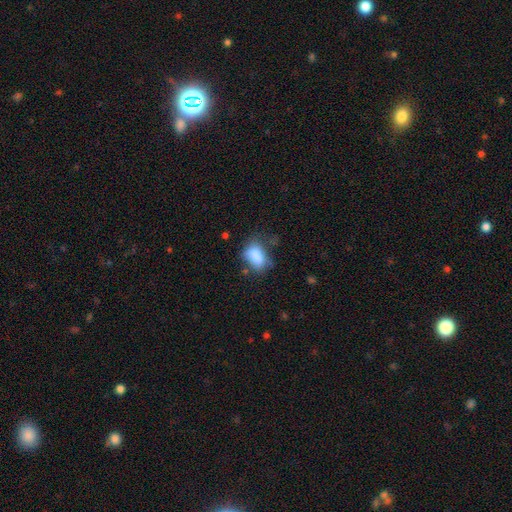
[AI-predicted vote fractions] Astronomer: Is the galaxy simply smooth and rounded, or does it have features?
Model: smooth — 82%.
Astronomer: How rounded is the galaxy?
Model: in between — 85%.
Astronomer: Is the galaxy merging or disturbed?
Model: none — 47% (runner-up: minor disturbance, 32%).